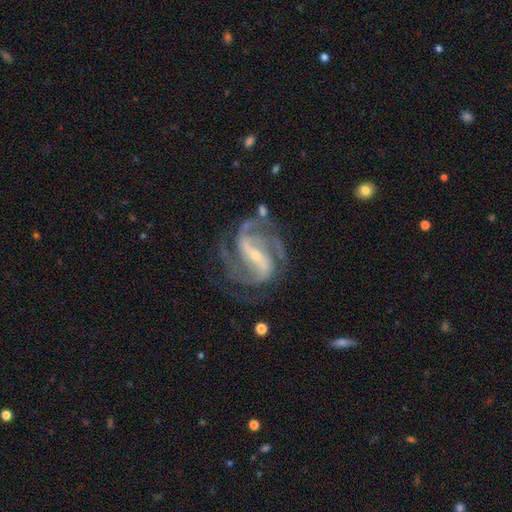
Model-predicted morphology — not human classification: A featured or disk galaxy (92%) with a strong bar (65%), 2 (53%) medium (54%) spiral arms (98%) and a small central bulge (72%). Merging: none (66%).